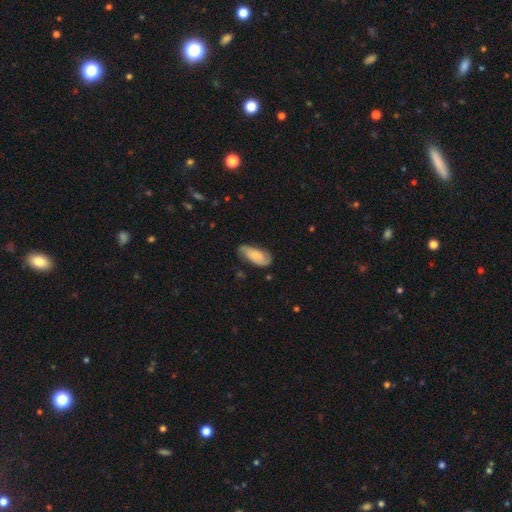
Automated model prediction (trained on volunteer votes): This is likely a smooth galaxy (70%). How rounded: clearly in between (83%). Merging: possibly none (57%).